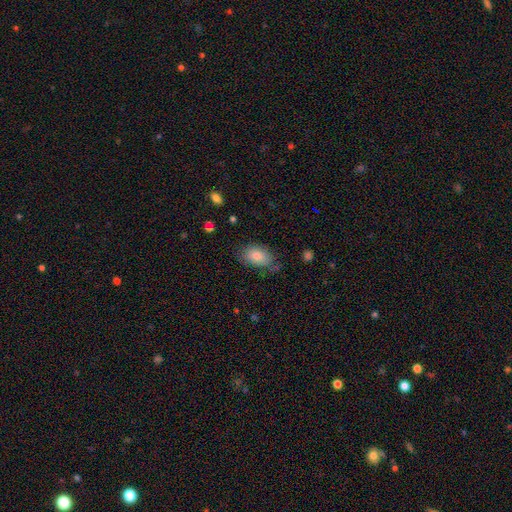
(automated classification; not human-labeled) Smooth or featured? smooth (82%)
How rounded? in between (89%)
Merging? none (70%)